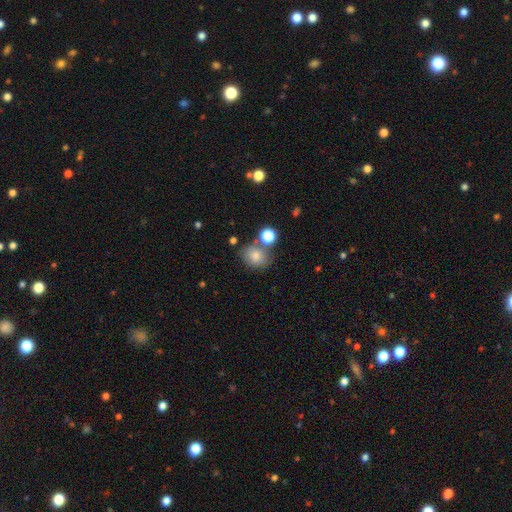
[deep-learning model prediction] Smooth or featured?
  - smooth: 78% *
  - star or artifact: 12%
  - featured or disk: 10%
How rounded?
  - round: 64% *
  - in between: 35%
  - cigar-shaped: 1%
Merging?
  - none: 57% *
  - merger: 21%
  - minor disturbance: 16%
  - major disturbance: 6%